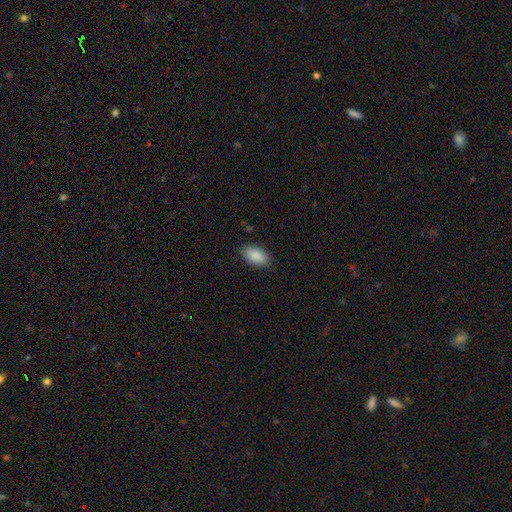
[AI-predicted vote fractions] Morphology: type=smooth (90%); roundness=in between (93%); merging=none (86%).